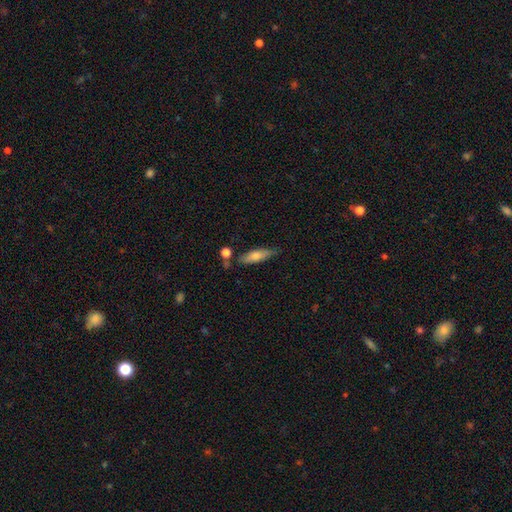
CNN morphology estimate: A smooth galaxy with no disk features (56%) that is cigar-shaped (67%). Merging: none (74%).